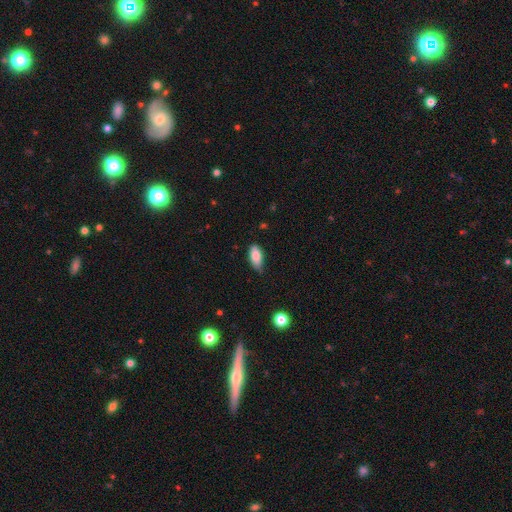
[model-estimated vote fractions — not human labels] This is clearly a smooth galaxy (84%). How rounded: clearly in between (88%). Merging: likely none (66%).